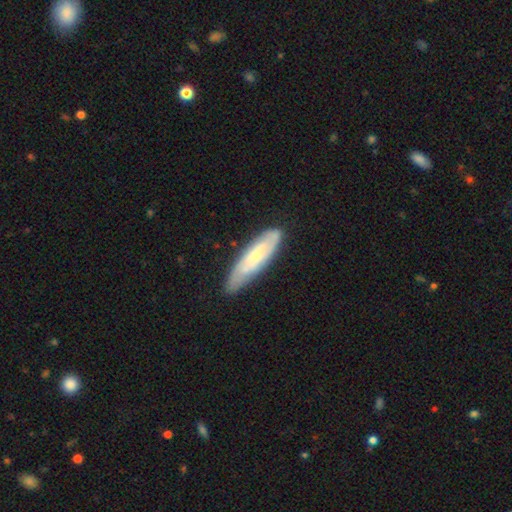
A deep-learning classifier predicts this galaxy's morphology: The model was most divided on "smooth or featured": featured or disk: 50%, smooth: 44%, star or artifact: 6%. More confident: merging — none (77%); edge-on disk — no (65%).